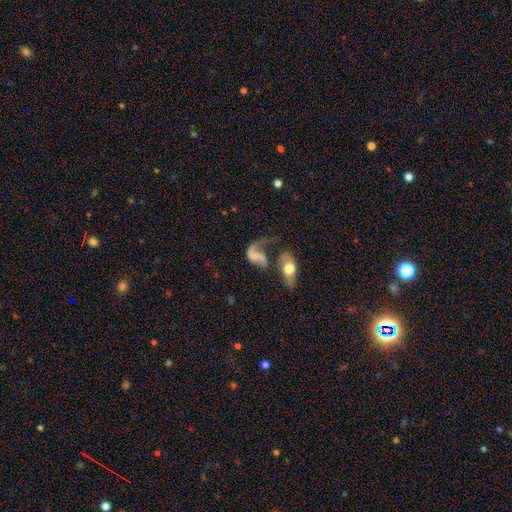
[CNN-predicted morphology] smooth-or-featured: featured or disk: 63% | smooth: 28% | star or artifact: 9%
  disk-edge-on: no: 95% | yes: 5%
    bar: no: 62% | weak: 27% | strong: 11%
    has-spiral-arms: yes: 76% | no: 24%
    bulge-size: none: 49% | small: 24% | moderate: 17% | large: 7% | dominant: 3%
  merging: major disturbance: 38% | merger: 26% | none: 23% | minor disturbance: 13%